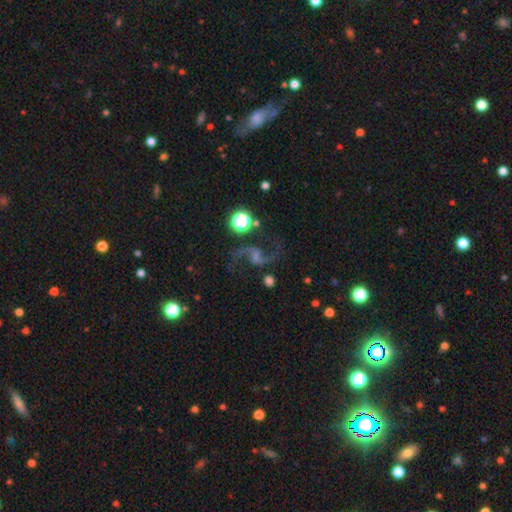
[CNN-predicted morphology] Smooth or featured? featured or disk (84%)
Edge-on disk? no (97%)
Bar? weak (47%)
Spiral arms? yes (97%)
Spiral winding? loose (79%)
Spiral arm count? 2 (93%)
Bulge size? small (39%)
Merging? none (75%)